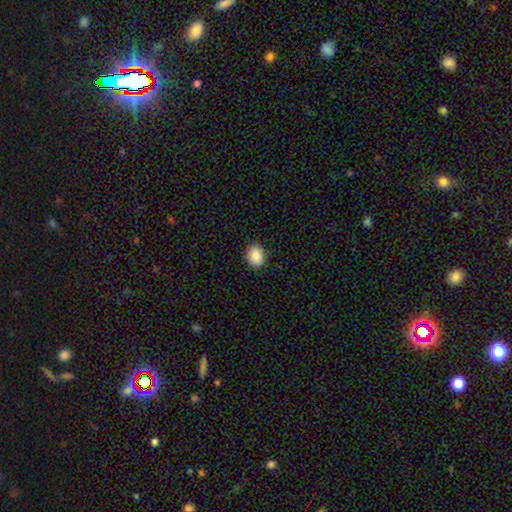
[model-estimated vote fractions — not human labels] This is clearly a smooth galaxy (89%). How rounded: likely in between (61%). Merging: clearly none (88%).